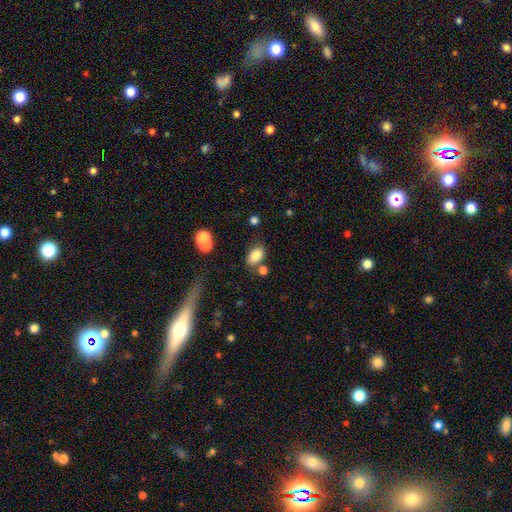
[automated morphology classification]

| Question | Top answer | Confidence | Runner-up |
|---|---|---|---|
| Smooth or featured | smooth | 81% | star or artifact (10%) |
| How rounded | in between | 86% | round (12%) |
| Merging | none | 67% | minor disturbance (15%) |